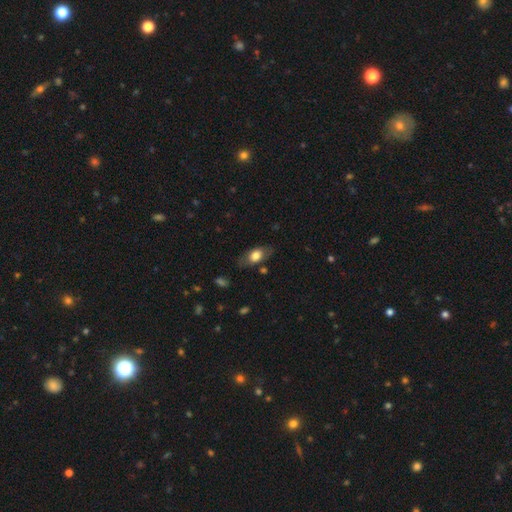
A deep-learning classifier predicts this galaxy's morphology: smooth_or_featured: smooth (p=0.69) [alt: featured or disk p=0.24]
how_rounded: in between (p=0.86) [alt: round p=0.07]
merging: none (p=0.74) [alt: minor disturbance p=0.18]